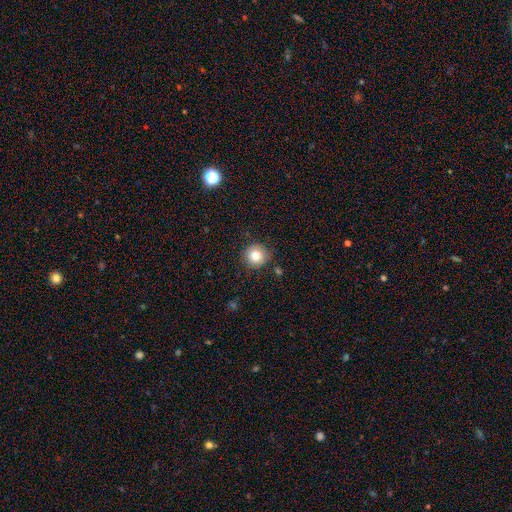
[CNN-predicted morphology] A smooth galaxy with no disk features (80%) that is round (94%). Merging: none (88%).